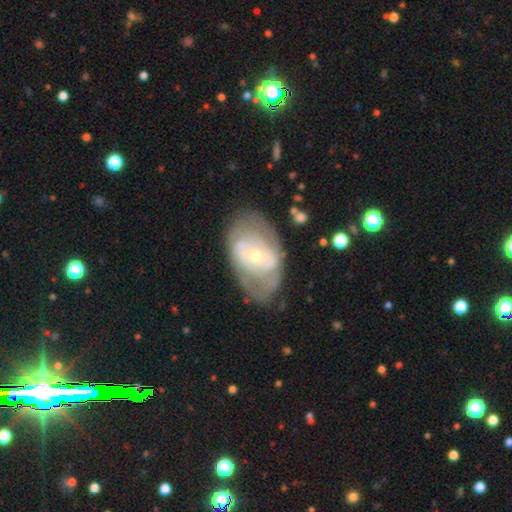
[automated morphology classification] type=featured or disk (71%); edge-on=no (94%); bar=no (47%); spiral arms=yes (59%); bulge=small (57%); merging=none (62%).